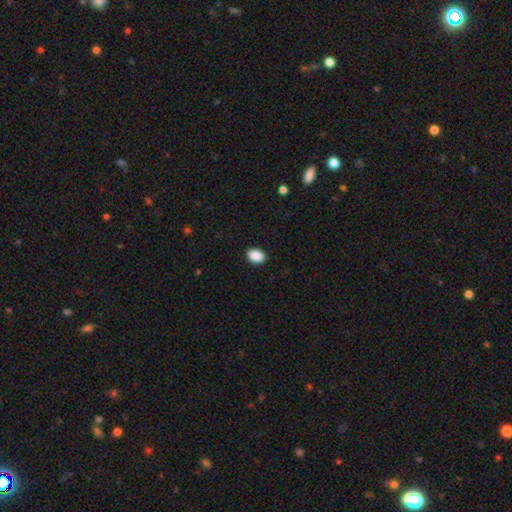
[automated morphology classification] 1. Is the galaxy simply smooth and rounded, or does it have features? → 90% smooth, 7% star or artifact, 2% featured or disk.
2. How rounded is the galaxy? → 80% in between, 19% round, 1% cigar-shaped.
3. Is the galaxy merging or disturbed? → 90% none, 7% minor disturbance, 2% major disturbance, 1% merger.